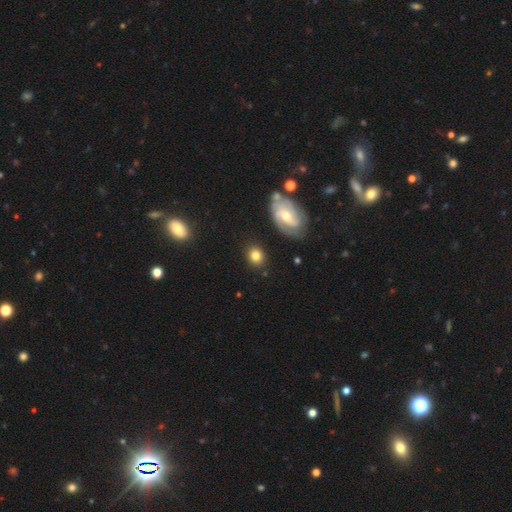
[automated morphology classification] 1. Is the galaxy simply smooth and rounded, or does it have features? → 75% smooth, 16% featured or disk, 10% star or artifact.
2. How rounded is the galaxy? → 67% round, 32% in between, 1% cigar-shaped.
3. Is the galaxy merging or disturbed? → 82% none, 11% minor disturbance, 4% major disturbance, 3% merger.